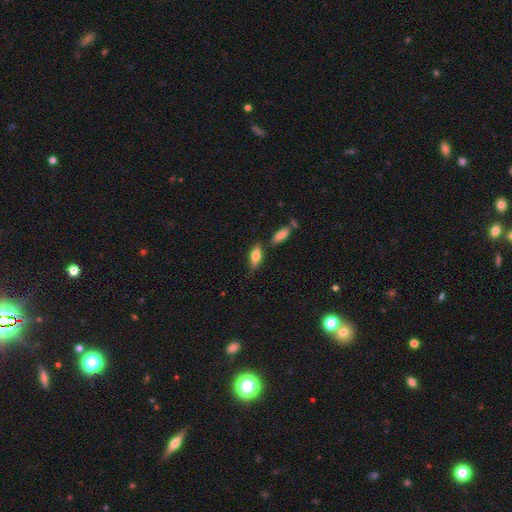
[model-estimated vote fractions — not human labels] Smooth or featured: smooth — 75% (featured or disk — 18%)
How rounded: in between — 72% (cigar-shaped — 25%)
Merging: none — 65% (minor disturbance — 19%)